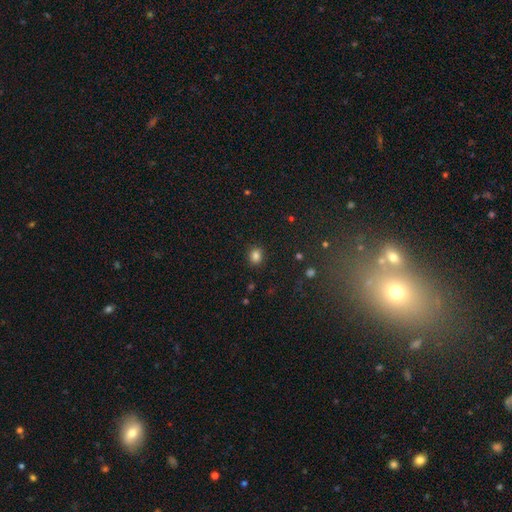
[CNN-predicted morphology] Smooth or featured? Predicted: smooth (p=0.83). How rounded? Predicted: round (p=0.63). Merging? Predicted: none (p=0.88).